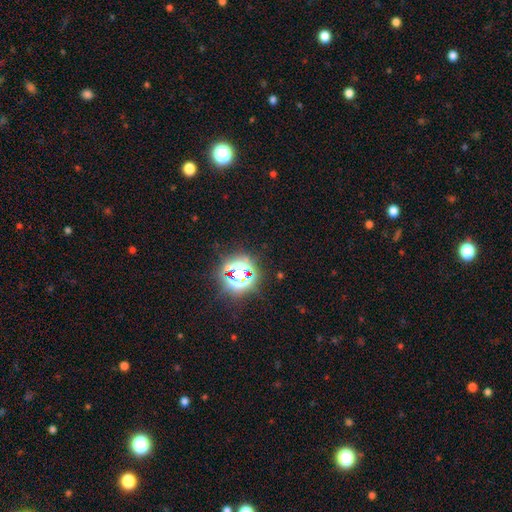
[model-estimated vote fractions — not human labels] A star or artifact, not a galaxy (82%).